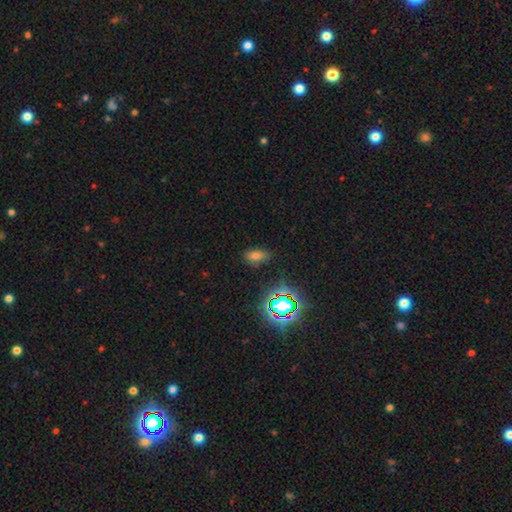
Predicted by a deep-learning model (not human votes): Smooth or featured: smooth — 63% (star or artifact — 28%)
How rounded: in between — 86% (round — 9%)
Merging: none — 81% (minor disturbance — 13%)